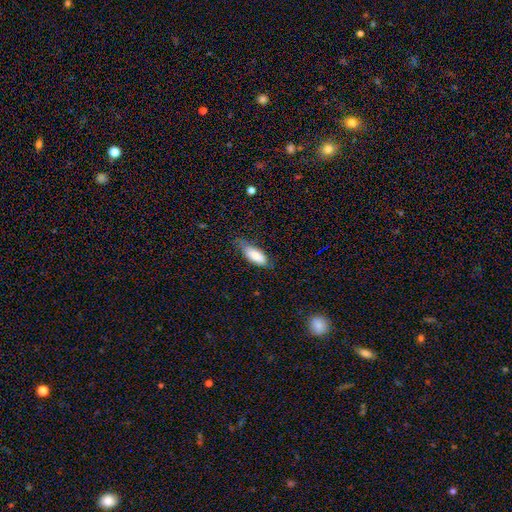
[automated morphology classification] type=smooth (82%); roundness=in between (76%); merging=none (60%).